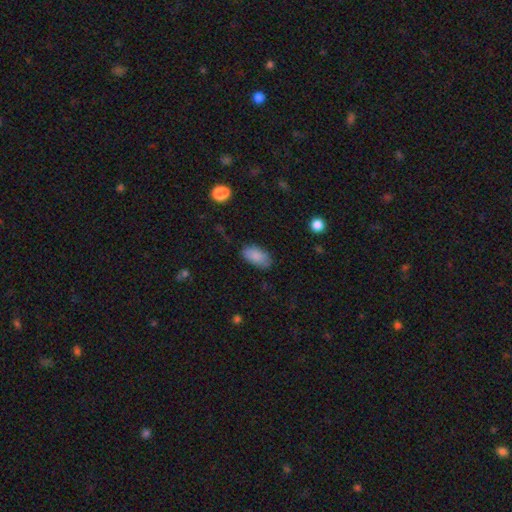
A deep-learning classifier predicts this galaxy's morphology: smooth 86%, star or artifact 8%, featured or disk 6%. Down the decision tree: how rounded — in between (93%); merging — none (78%).